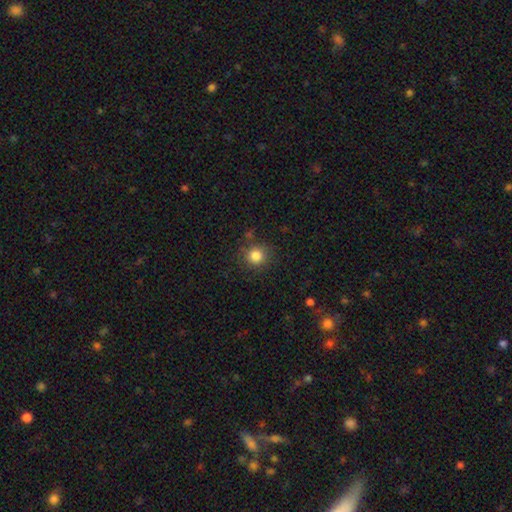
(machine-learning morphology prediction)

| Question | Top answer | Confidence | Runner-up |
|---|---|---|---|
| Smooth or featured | smooth | 84% | star or artifact (11%) |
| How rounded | round | 90% | in between (9%) |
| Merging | none | 84% | minor disturbance (10%) |